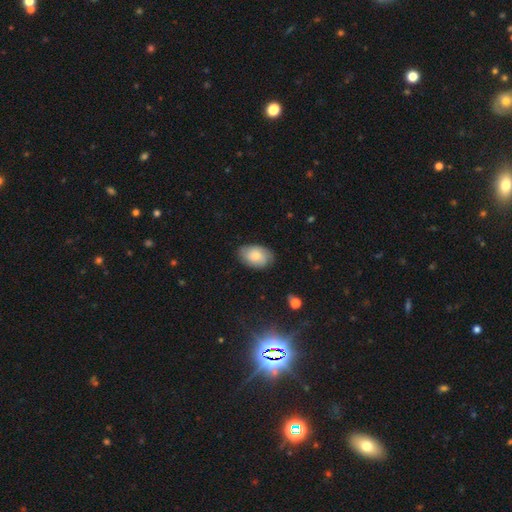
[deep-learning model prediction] Smooth or featured?
  - smooth: 64% *
  - featured or disk: 28%
  - star or artifact: 8%
How rounded?
  - in between: 87% *
  - round: 12%
  - cigar-shaped: 1%
Merging?
  - none: 77% *
  - minor disturbance: 18%
  - major disturbance: 4%
  - merger: 1%